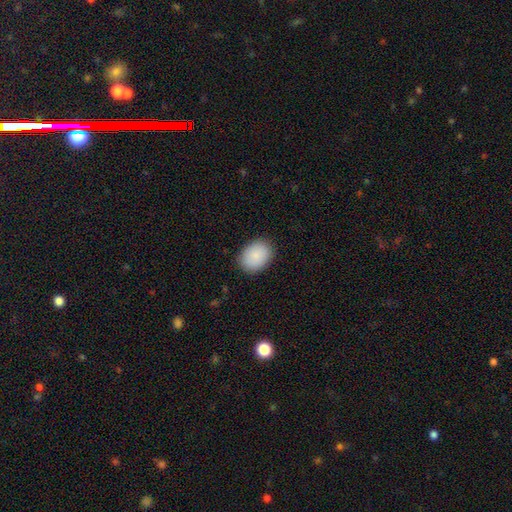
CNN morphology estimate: Overall: smooth (89%). How rounded: in between (68%; round 31%). Merging: none (87%).